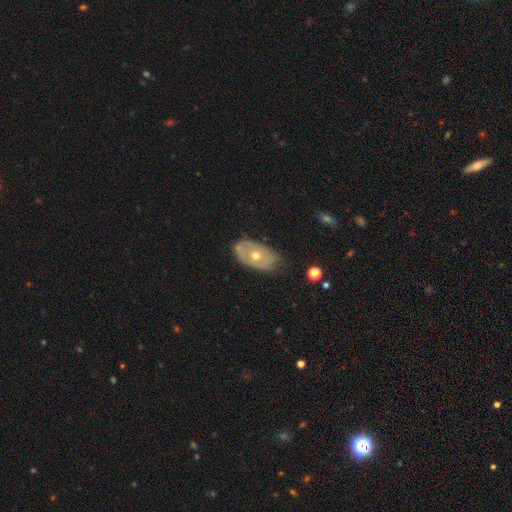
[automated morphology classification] A featured or disk galaxy (57%) with no bar (90%), no spiral arms (79%) and a moderate central bulge (69%). Merging: none (64%).